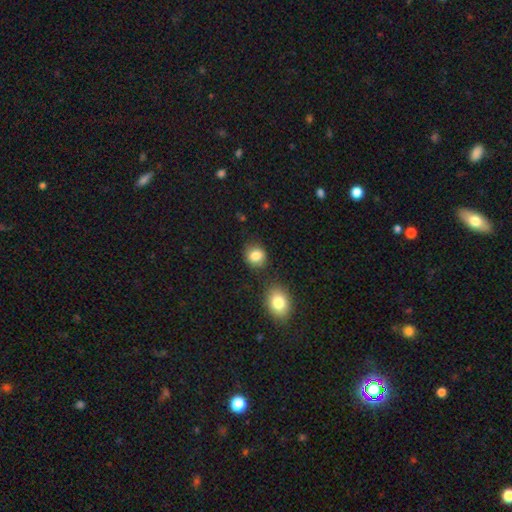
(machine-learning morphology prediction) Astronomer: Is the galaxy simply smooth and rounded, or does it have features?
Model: smooth — 84%.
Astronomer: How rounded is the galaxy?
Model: round — 68%.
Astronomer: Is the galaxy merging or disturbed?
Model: none — 77%.